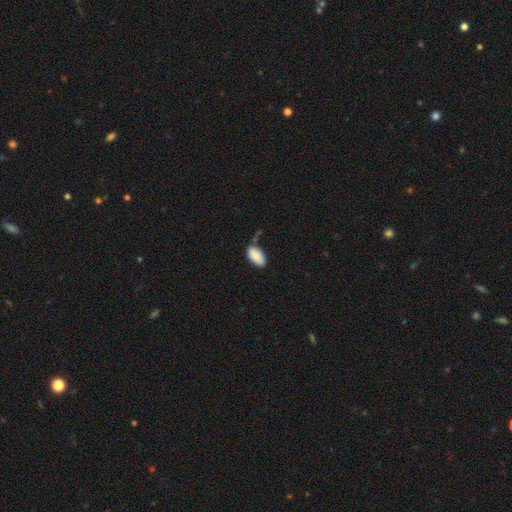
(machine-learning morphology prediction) The model was most divided on "merging": none: 62%, minor disturbance: 25%, merger: 7%, major disturbance: 5%. More confident: how rounded — in between (95%); smooth or featured — smooth (88%).